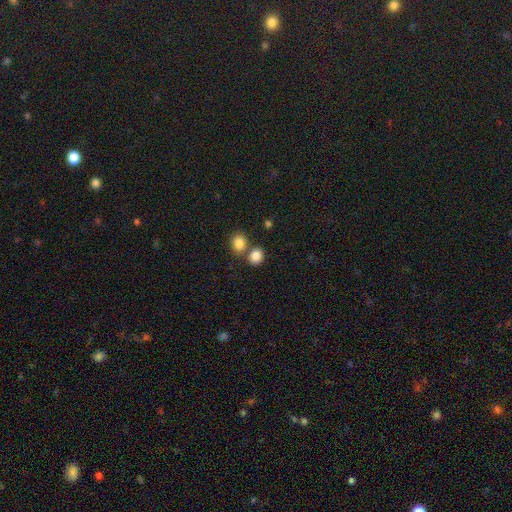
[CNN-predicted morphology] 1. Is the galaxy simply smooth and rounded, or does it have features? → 85% smooth, 10% star or artifact, 5% featured or disk.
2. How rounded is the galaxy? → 61% round, 38% in between, 1% cigar-shaped.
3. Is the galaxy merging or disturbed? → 57% none, 32% merger, 9% minor disturbance, 3% major disturbance.